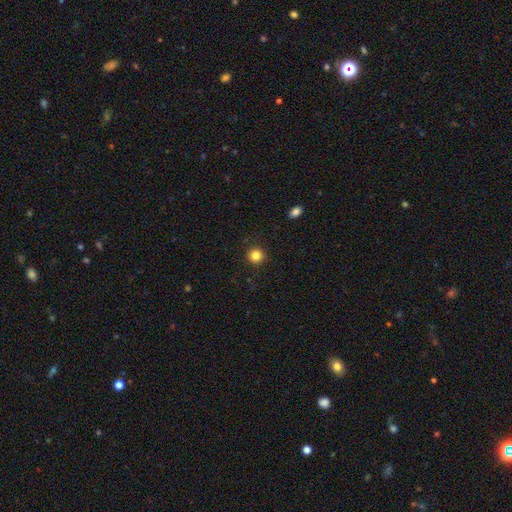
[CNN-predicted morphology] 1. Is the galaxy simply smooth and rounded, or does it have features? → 83% smooth, 12% star or artifact, 5% featured or disk.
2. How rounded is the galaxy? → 94% round, 5% in between, 1% cigar-shaped.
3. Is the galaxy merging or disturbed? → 91% none, 6% minor disturbance, 2% major disturbance, 1% merger.